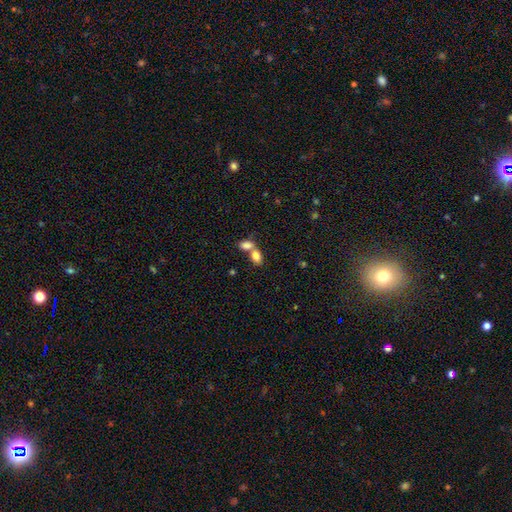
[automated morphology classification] smooth 82%, featured or disk 10%, star or artifact 8%. Down the decision tree: how rounded — in between (81%); merging — merger (64%).